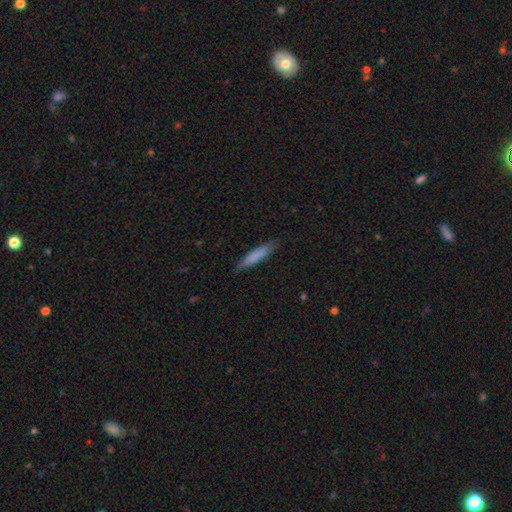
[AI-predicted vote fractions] A smooth galaxy with no disk features (76%) that is cigar-shaped (88%). Merging: none (84%).